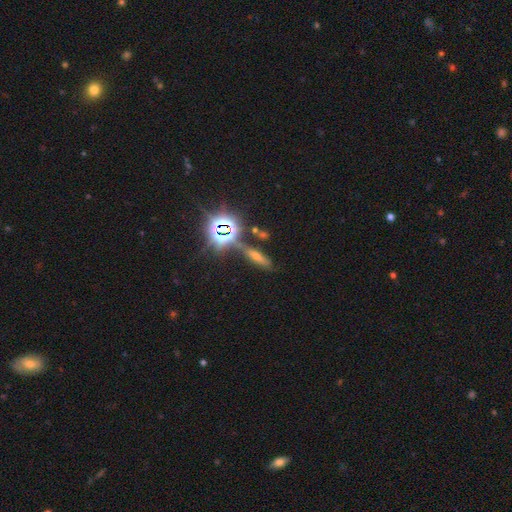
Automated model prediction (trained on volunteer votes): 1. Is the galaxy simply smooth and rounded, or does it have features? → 44% star or artifact, 32% smooth, 24% featured or disk.